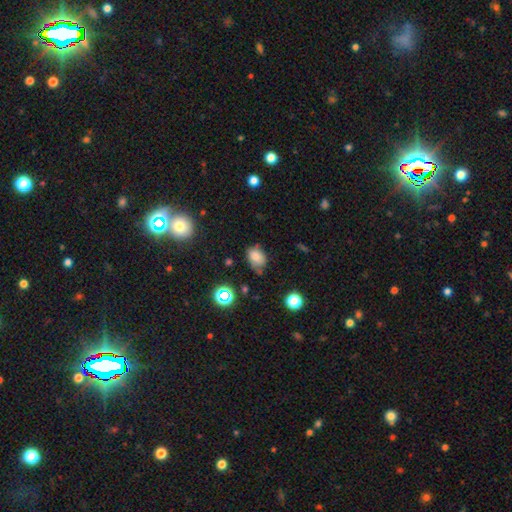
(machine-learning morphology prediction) The model was most divided on "merging": none: 58%, minor disturbance: 30%, major disturbance: 7%, merger: 5%. More confident: smooth or featured — smooth (76%); how rounded — in between (70%).